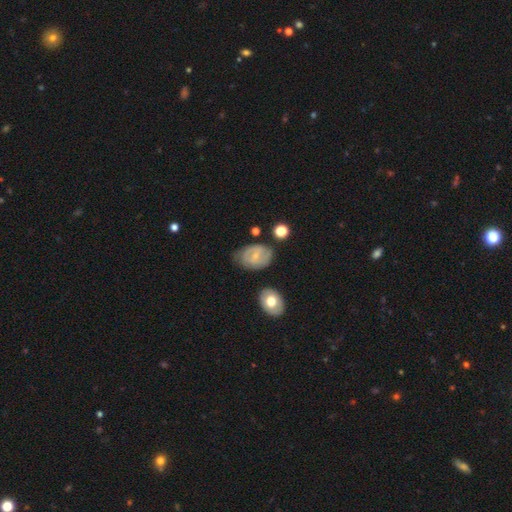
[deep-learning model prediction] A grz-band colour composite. It shows a featured or disk galaxy (54%) with no bar (46%), spiral arms (63%) and a small central bulge (69%). Merging: none (61%).